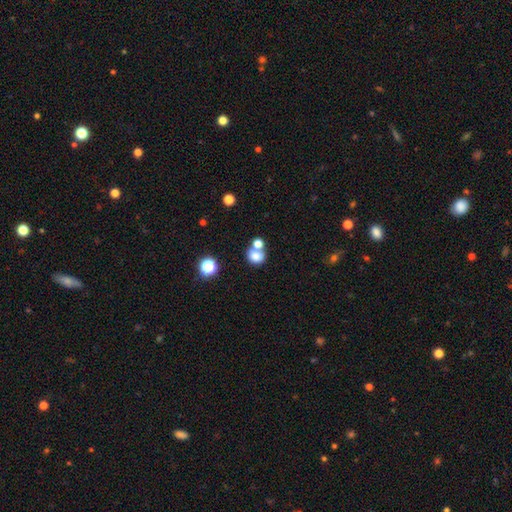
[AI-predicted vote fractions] This is likely a smooth galaxy (78%). How rounded: likely round (69%). Merging: marginally none (43%).